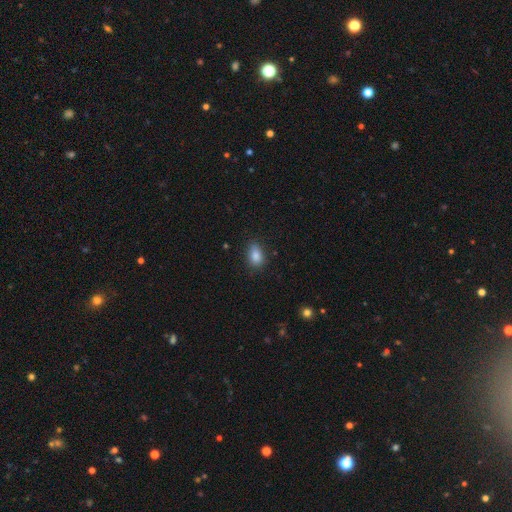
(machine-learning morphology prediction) Smooth or featured: smooth — 86% (star or artifact — 9%)
How rounded: in between — 86% (round — 12%)
Merging: none — 80% (minor disturbance — 15%)